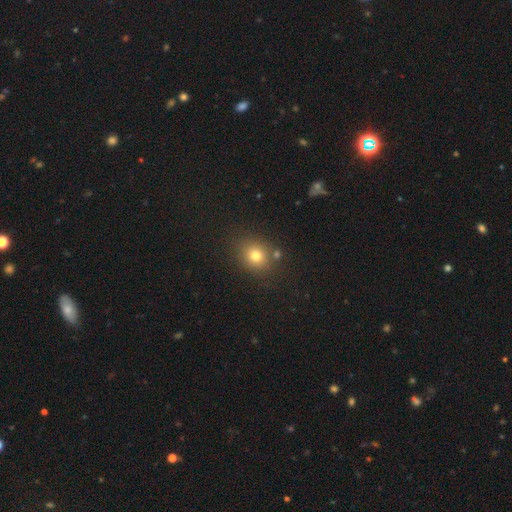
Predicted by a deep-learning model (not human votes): Q: Smooth or featured?
A: smooth (77%); runner-up: star or artifact (15%)
Q: How rounded?
A: round (73%); runner-up: in between (27%)
Q: Merging?
A: none (78%); runner-up: minor disturbance (11%)